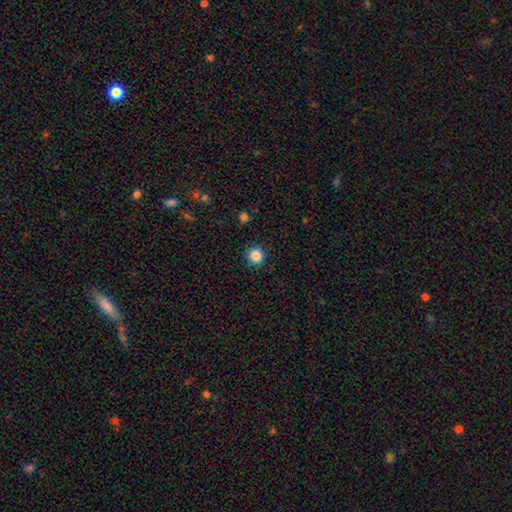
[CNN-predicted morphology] A smooth galaxy with no disk features (86%) that is round (93%). Merging: none (92%).